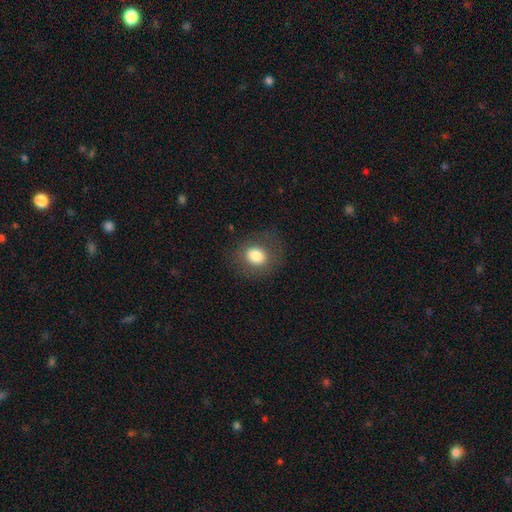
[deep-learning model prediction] Q: Smooth or featured?
A: smooth (79%); runner-up: featured or disk (11%)
Q: How rounded?
A: round (65%); runner-up: in between (34%)
Q: Merging?
A: none (80%); runner-up: minor disturbance (12%)